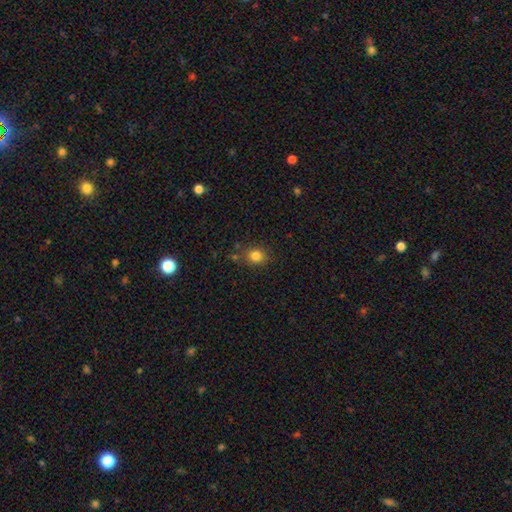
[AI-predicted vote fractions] Overall: smooth (82%). How rounded: round (79%). Merging: none (77%).